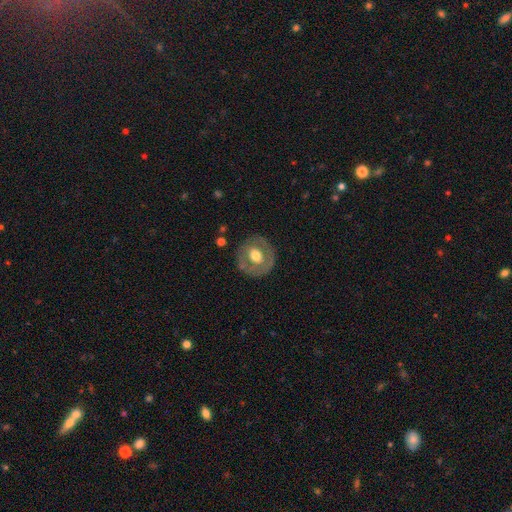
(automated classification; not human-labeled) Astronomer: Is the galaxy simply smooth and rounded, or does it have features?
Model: featured or disk — 48% (runner-up: smooth, 46%).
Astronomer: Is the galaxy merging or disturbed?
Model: none — 80%.